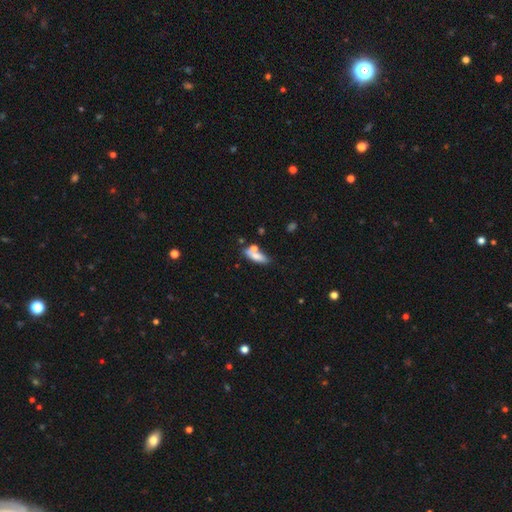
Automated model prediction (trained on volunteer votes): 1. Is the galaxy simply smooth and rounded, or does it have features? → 72% smooth, 20% featured or disk, 8% star or artifact.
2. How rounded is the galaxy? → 54% in between, 43% cigar-shaped, 4% round.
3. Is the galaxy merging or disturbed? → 53% none, 25% merger, 16% minor disturbance, 6% major disturbance.